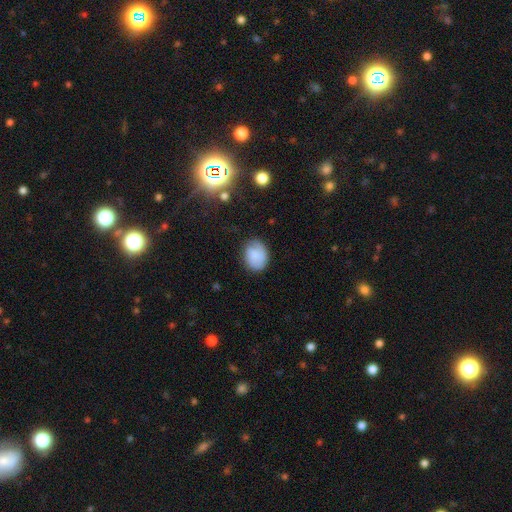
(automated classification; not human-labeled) smooth-or-featured: smooth: 70% | featured or disk: 22% | star or artifact: 8%
  how-rounded: in between: 56% | round: 43% | cigar-shaped: 1%
  merging: none: 74% | minor disturbance: 20% | major disturbance: 5% | merger: 2%